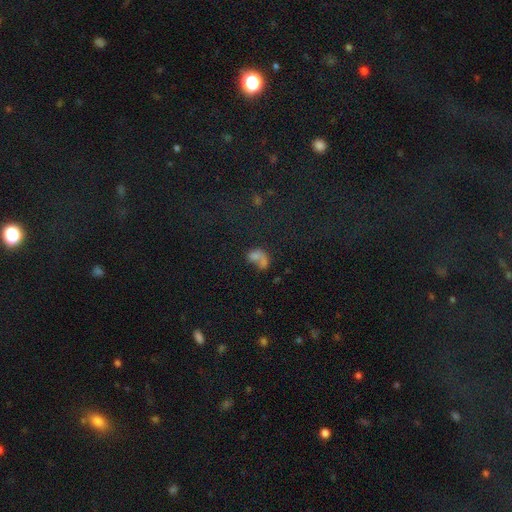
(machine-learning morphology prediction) A smooth galaxy with no disk features (56%) that is in between round and cigar-shaped (68%). Merging: merger (45%).